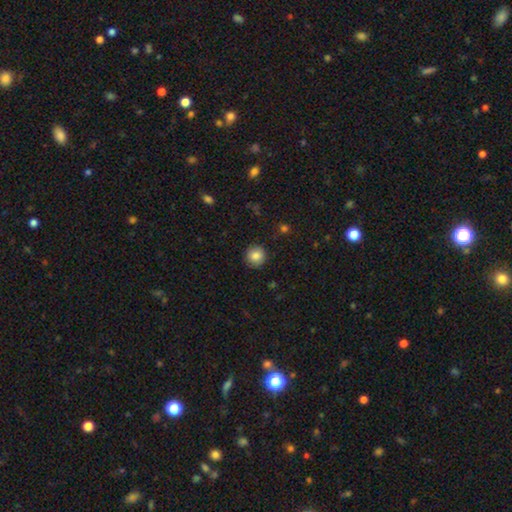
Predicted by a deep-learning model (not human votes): smooth 85%, star or artifact 9%, featured or disk 6%. Down the decision tree: how rounded — round (94%); merging — none (90%).